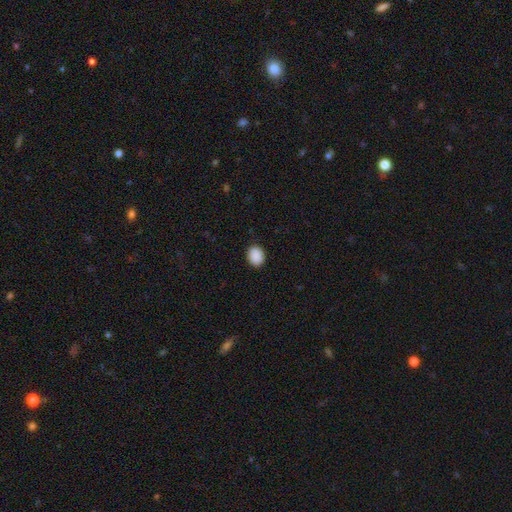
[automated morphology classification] Q: Smooth or featured?
A: smooth (90%); runner-up: star or artifact (8%)
Q: How rounded?
A: in between (54%); runner-up: round (45%)
Q: Merging?
A: none (89%); runner-up: minor disturbance (8%)